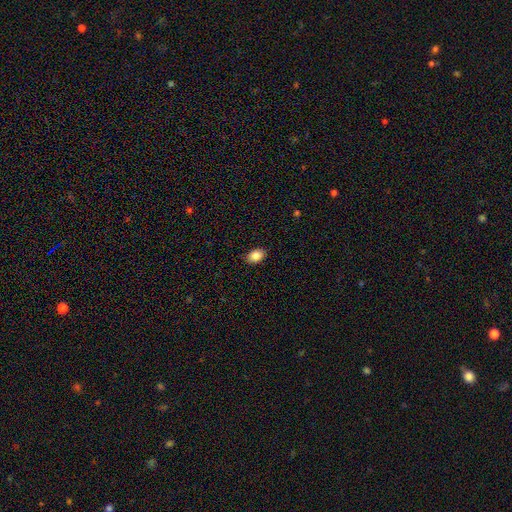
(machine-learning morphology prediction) Smooth or featured? Predicted: smooth (p=0.87). How rounded? Predicted: in between (p=0.80). Merging? Predicted: none (p=0.86).